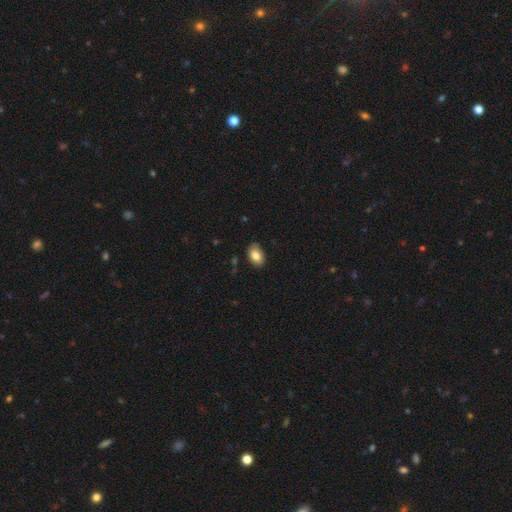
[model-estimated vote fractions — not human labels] smooth_or_featured: smooth (p=0.81) [alt: featured or disk p=0.12]
how_rounded: in between (p=0.89) [alt: round p=0.10]
merging: none (p=0.82) [alt: minor disturbance p=0.14]